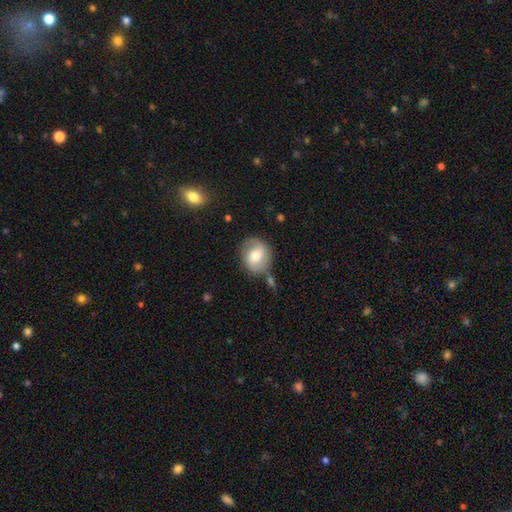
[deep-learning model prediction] Smooth or featured?
  - smooth: 60% *
  - featured or disk: 32%
  - star or artifact: 7%
How rounded?
  - round: 70% *
  - in between: 29%
  - cigar-shaped: 1%
Merging?
  - none: 68% *
  - minor disturbance: 19%
  - merger: 7%
  - major disturbance: 6%